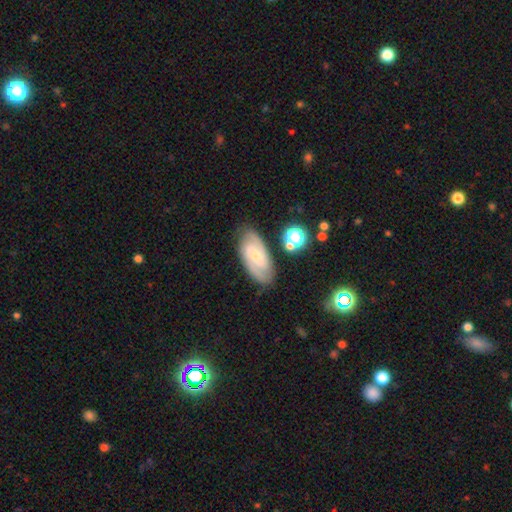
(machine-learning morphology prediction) Smooth or featured: featured or disk — 78% (smooth — 16%)
Edge-on disk: no — 95% (yes — 5%)
Bar: weak — 47% (no — 32%)
Spiral arms: yes — 95% (no — 5%)
Spiral winding: medium — 46% (tight — 41%)
Spiral arm count: 2 — 81% (can't tell — 9%)
Bulge size: small — 67% (moderate — 26%)
Merging: none — 81% (minor disturbance — 13%)